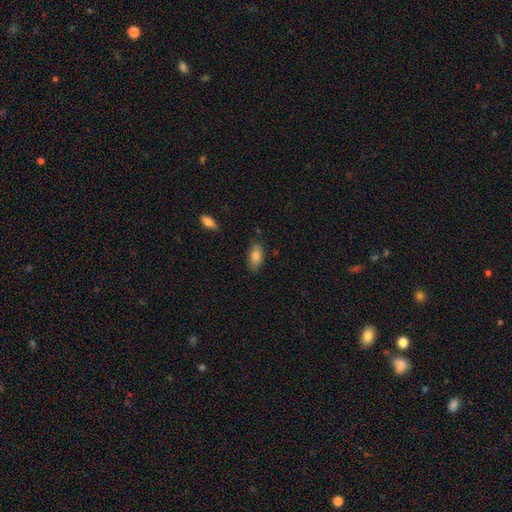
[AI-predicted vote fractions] Smooth or featured?
  - smooth: 84% *
  - featured or disk: 9%
  - star or artifact: 7%
How rounded?
  - in between: 90% *
  - cigar-shaped: 7%
  - round: 3%
Merging?
  - none: 80% *
  - minor disturbance: 15%
  - major disturbance: 3%
  - merger: 2%